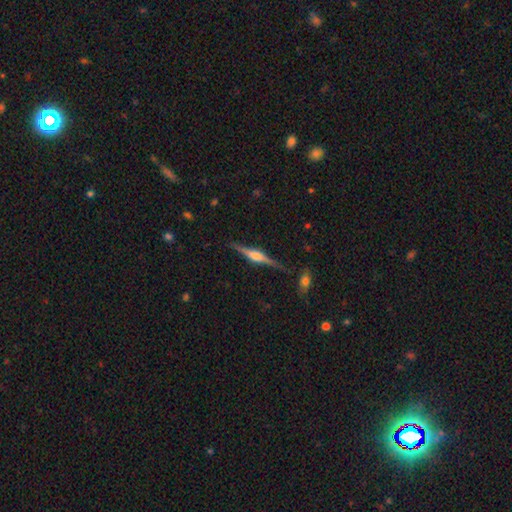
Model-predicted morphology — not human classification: featured or disk 80%, smooth 14%, star or artifact 6%. Down the decision tree: edge-on disk — yes (98%); edge-on bulge — rounded (82%); merging — none (87%).